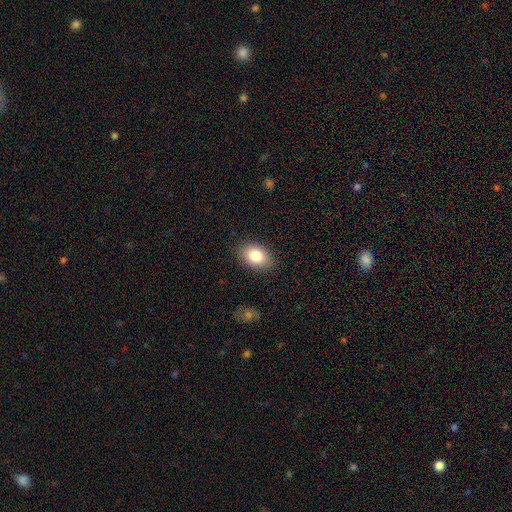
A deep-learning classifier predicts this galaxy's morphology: A smooth galaxy with no disk features (82%) that is in between round and cigar-shaped (83%). Merging: none (87%).